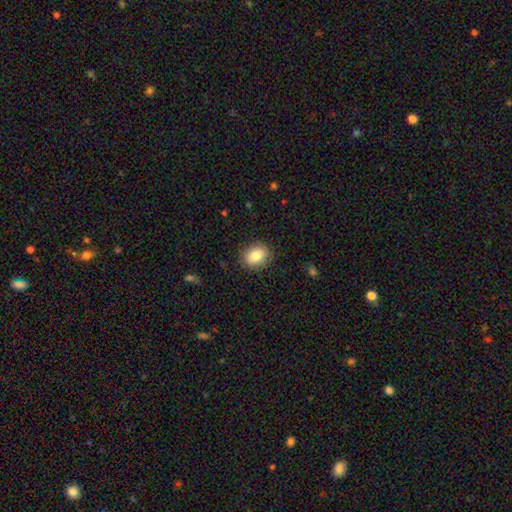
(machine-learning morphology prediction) Smooth or featured: smooth — 83% (featured or disk — 9%)
How rounded: in between — 65% (round — 34%)
Merging: none — 86% (minor disturbance — 10%)